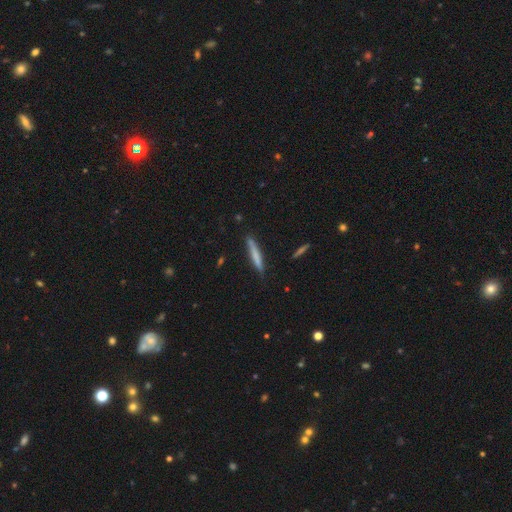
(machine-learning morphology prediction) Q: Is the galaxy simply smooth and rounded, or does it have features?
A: smooth — 68%.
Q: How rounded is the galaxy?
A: cigar-shaped — 94%.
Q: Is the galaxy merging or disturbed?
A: none — 84%.